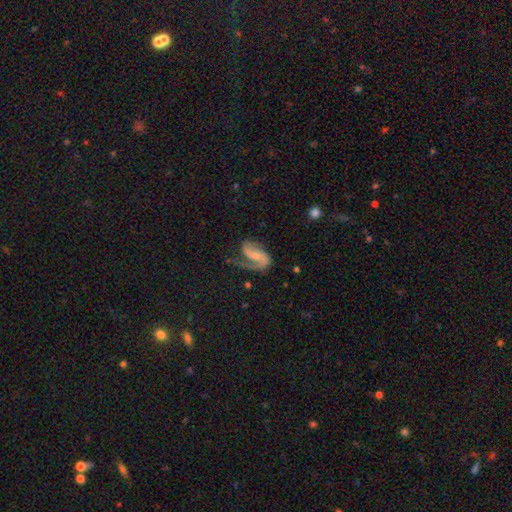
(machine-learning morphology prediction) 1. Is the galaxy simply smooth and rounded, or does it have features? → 81% featured or disk, 13% smooth, 6% star or artifact.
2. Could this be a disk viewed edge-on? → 97% no, 3% yes.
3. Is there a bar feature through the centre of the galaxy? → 40% weak, 35% no, 25% strong.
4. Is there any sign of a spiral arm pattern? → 94% yes, 6% no.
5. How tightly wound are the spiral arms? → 44% medium, 40% loose, 16% tight.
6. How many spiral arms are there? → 63% 2, 31% 1, 3% can't tell, 1% 3, 1% 4, 1% more than 4.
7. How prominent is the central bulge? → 49% small, 25% none, 21% moderate, 3% large, 1% dominant.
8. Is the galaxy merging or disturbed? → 49% none, 27% major disturbance, 21% minor disturbance, 3% merger.